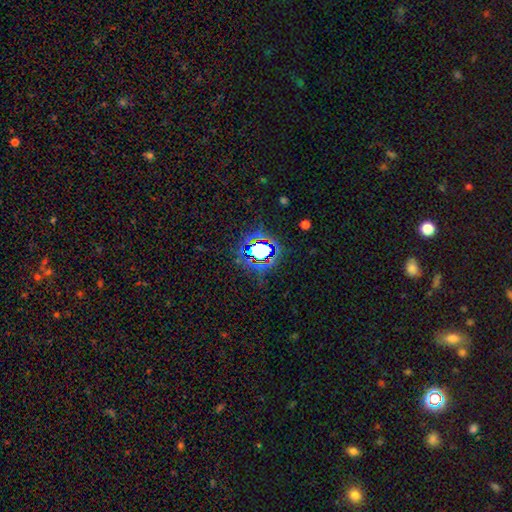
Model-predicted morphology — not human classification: smooth_or_featured: star or artifact (p=0.73) [alt: smooth p=0.17]